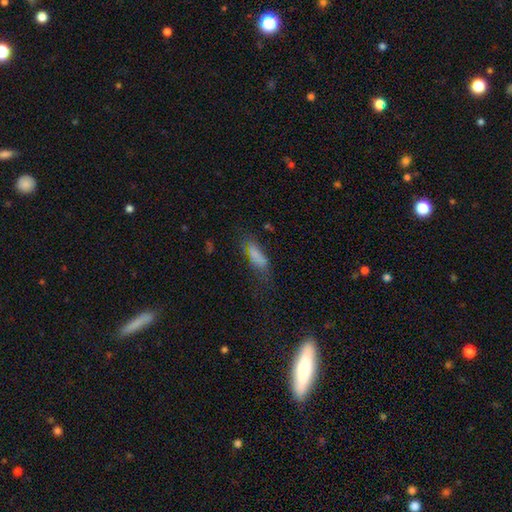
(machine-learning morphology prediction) A smooth galaxy with no disk features (72%) that is in between round and cigar-shaped (57%).

Vote fractions:
- Smooth or featured? smooth: 72% / featured or disk: 15% / star or artifact: 13%
- How rounded? in between: 57% / cigar-shaped: 40% / round: 3%
- Merging? none: 42% / minor disturbance: 28% / major disturbance: 26% / merger: 4%